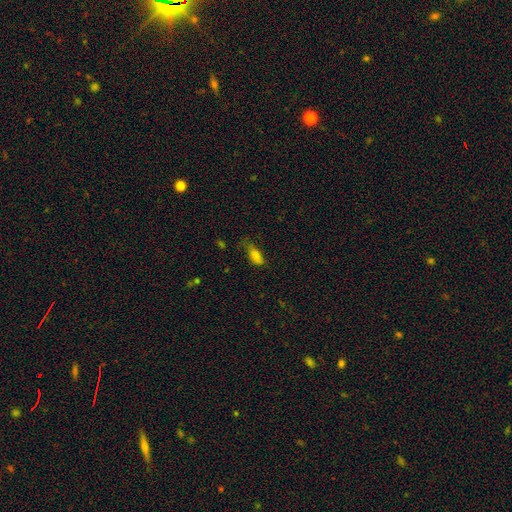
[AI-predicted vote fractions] Smooth or featured? Predicted: smooth (p=0.78). How rounded? Predicted: in between (p=0.77). Merging? Predicted: none (p=0.55).